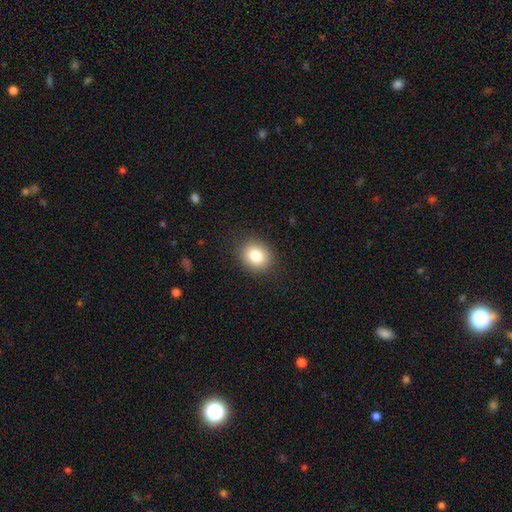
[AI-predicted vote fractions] Smooth or featured? smooth (82%)
How rounded? round (66%)
Merging? none (89%)